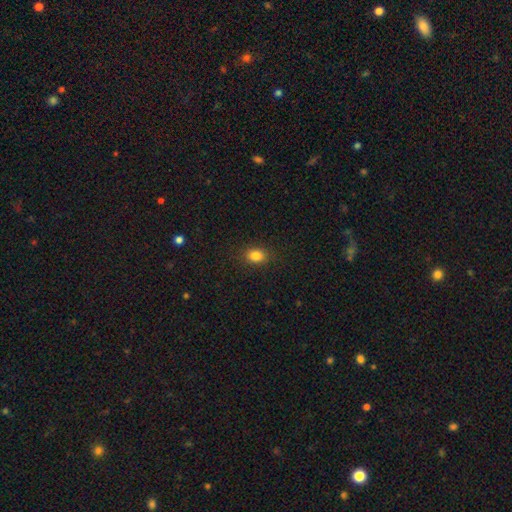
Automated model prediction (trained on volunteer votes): smooth 84%, star or artifact 11%, featured or disk 5%. Down the decision tree: how rounded — in between (60%); merging — none (88%).